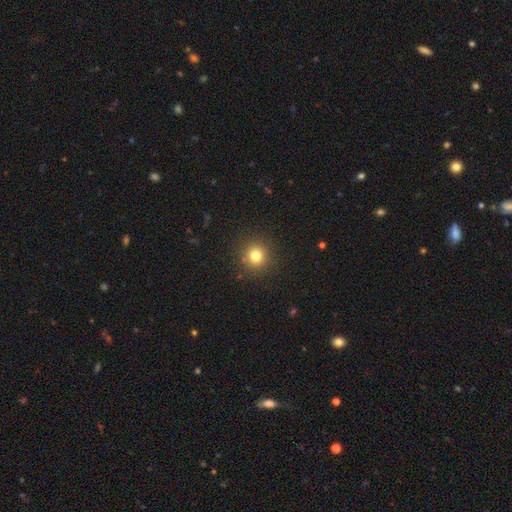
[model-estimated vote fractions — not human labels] smooth 79%, star or artifact 14%, featured or disk 7%. Down the decision tree: how rounded — round (94%); merging — none (90%).